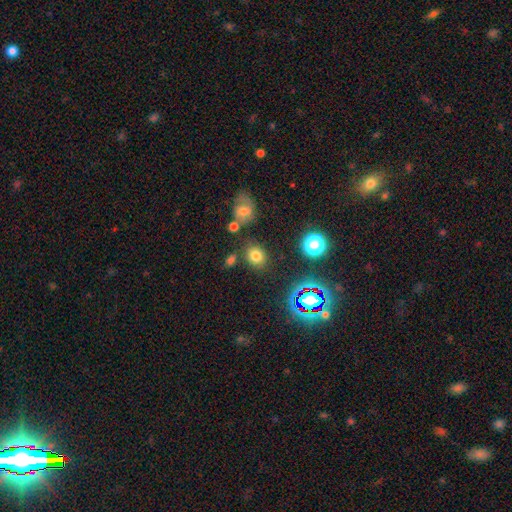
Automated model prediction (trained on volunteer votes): The model was most divided on "how rounded": round: 61%, in between: 37%, cigar-shaped: 1%. More confident: merging — none (79%); smooth or featured — smooth (74%).